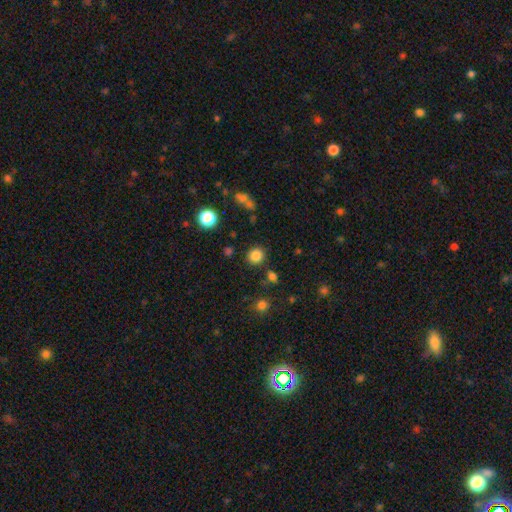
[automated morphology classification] A smooth galaxy with no disk features (83%) that is round (89%). Merging: none (85%).